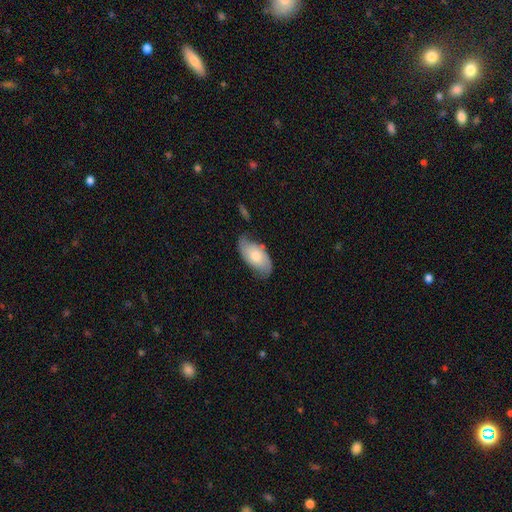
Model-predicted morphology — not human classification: Smooth or featured?
  - smooth: 53% *
  - featured or disk: 41%
  - star or artifact: 6%
How rounded?
  - in between: 94% *
  - round: 3%
  - cigar-shaped: 3%
Merging?
  - none: 61% *
  - minor disturbance: 28%
  - major disturbance: 8%
  - merger: 3%